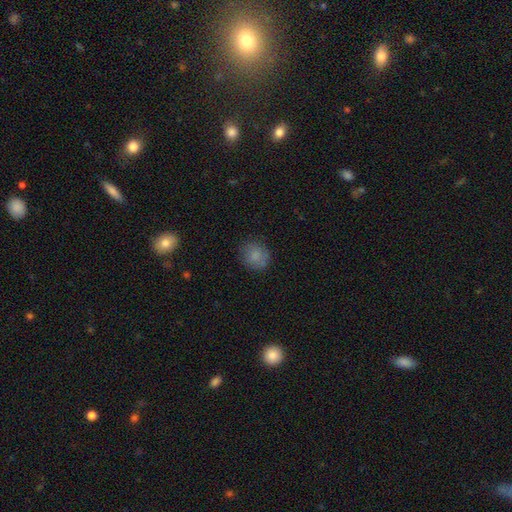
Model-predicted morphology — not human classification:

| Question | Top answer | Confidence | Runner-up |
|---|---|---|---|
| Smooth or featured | smooth | 82% | star or artifact (10%) |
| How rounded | round | 82% | in between (17%) |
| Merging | none | 81% | minor disturbance (14%) |